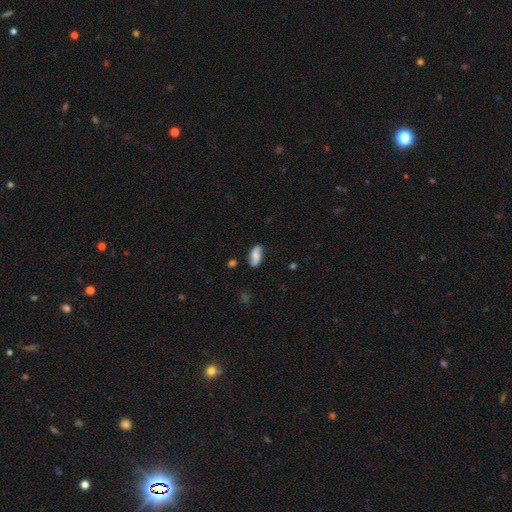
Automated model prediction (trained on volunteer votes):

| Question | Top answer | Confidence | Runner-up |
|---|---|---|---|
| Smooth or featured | smooth | 48% | featured or disk (44%) |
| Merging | none | 75% | minor disturbance (18%) |